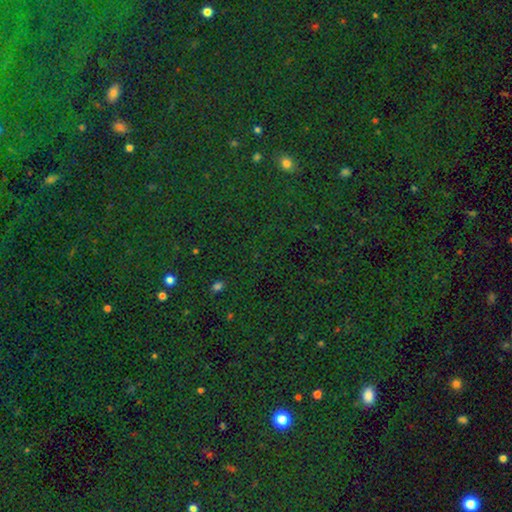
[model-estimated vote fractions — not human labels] Smooth or featured? star or artifact (76%)